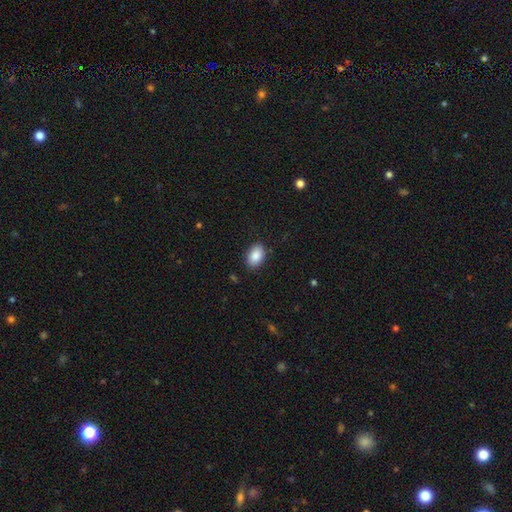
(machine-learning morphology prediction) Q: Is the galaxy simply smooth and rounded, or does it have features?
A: smooth — 88%.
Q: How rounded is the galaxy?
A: in between — 88%.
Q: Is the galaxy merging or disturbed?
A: none — 87%.